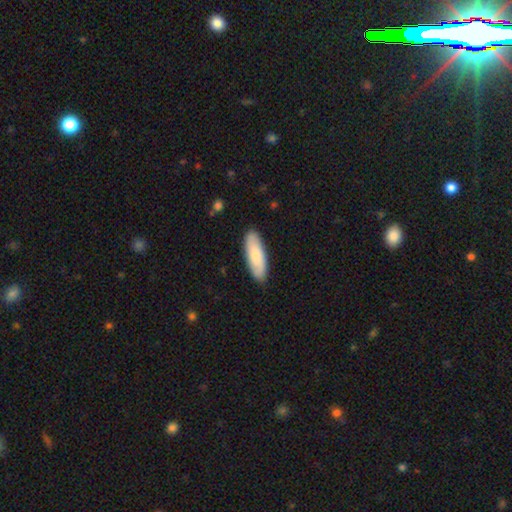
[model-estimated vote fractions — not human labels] The model was most divided on "how rounded": in between: 57%, cigar-shaped: 42%, round: 2%. More confident: merging — none (88%); smooth or featured — smooth (77%).